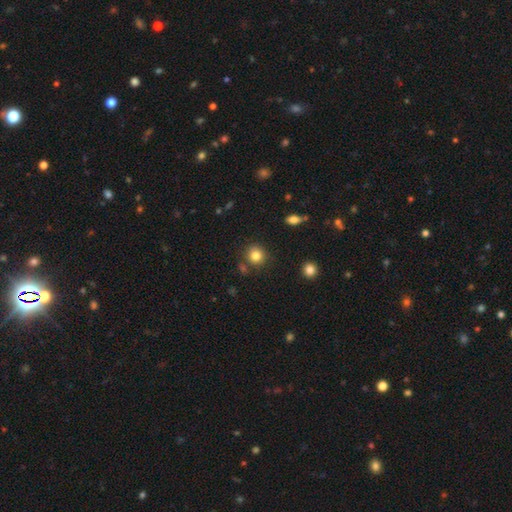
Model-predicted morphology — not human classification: smooth_or_featured: smooth (p=0.83) [alt: star or artifact p=0.11]
how_rounded: round (p=0.87) [alt: in between p=0.12]
merging: none (p=0.82) [alt: minor disturbance p=0.09]